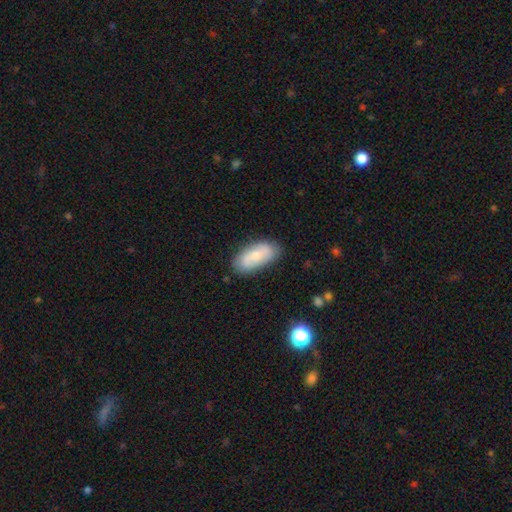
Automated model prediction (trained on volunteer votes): The model was most divided on "smooth or featured": smooth: 61%, featured or disk: 33%, star or artifact: 6%. More confident: how rounded — in between (90%); merging — none (76%).